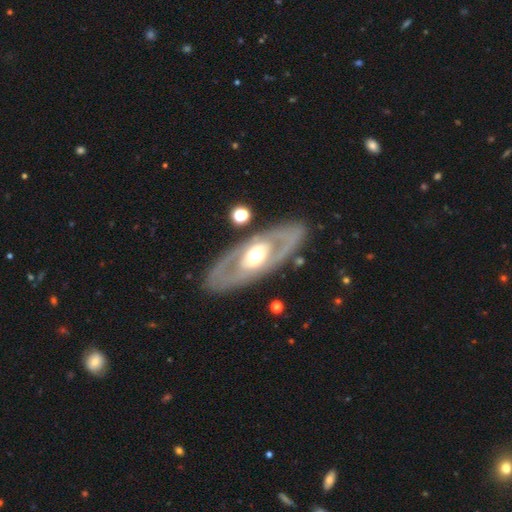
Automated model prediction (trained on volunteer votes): A featured or disk galaxy (73%) with no bar (72%), no spiral arms (70%) and a moderate central bulge (65%). Merging: none (83%).